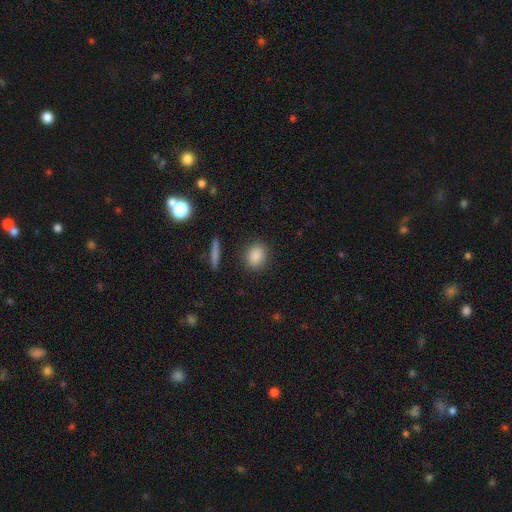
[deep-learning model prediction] The model was most divided on "how rounded": round: 55%, in between: 42%, cigar-shaped: 3%. More confident: merging — none (88%); smooth or featured — smooth (87%).